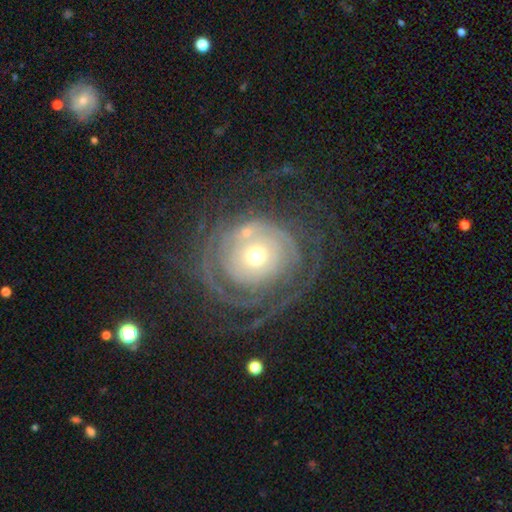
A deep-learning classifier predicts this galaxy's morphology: Smooth or featured? Predicted: featured or disk (p=0.82). Edge-on disk? Predicted: no (p=0.97). Bar? Predicted: no (p=0.84). Spiral arms? Predicted: yes (p=0.89). Spiral winding? Predicted: tight (p=0.72). Spiral arm count? Predicted: can't tell (p=0.34). Bulge size? Predicted: moderate (p=0.54). Merging? Predicted: none (p=0.60).